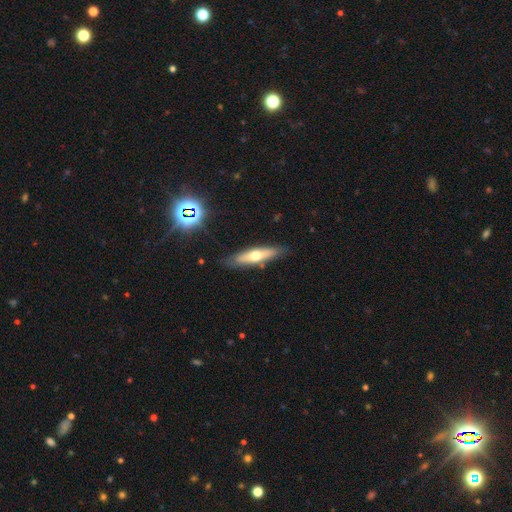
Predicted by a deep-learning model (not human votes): smooth_or_featured: smooth (p=0.49) [alt: featured or disk p=0.44]
merging: none (p=0.82) [alt: minor disturbance p=0.12]